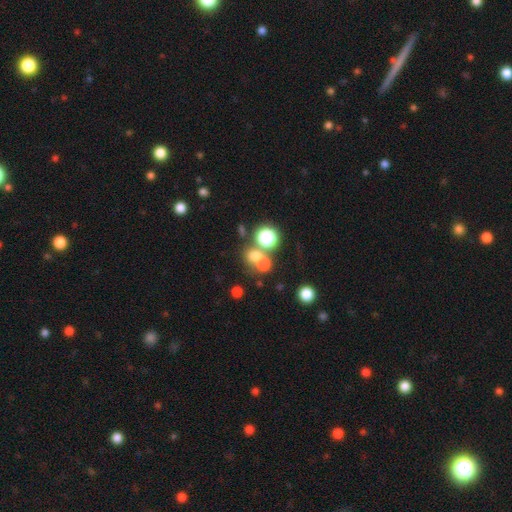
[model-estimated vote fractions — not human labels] The model was most divided on "merging": none: 47%, merger: 40%, minor disturbance: 8%, major disturbance: 5%. More confident: how rounded — round (80%); smooth or featured — smooth (64%).